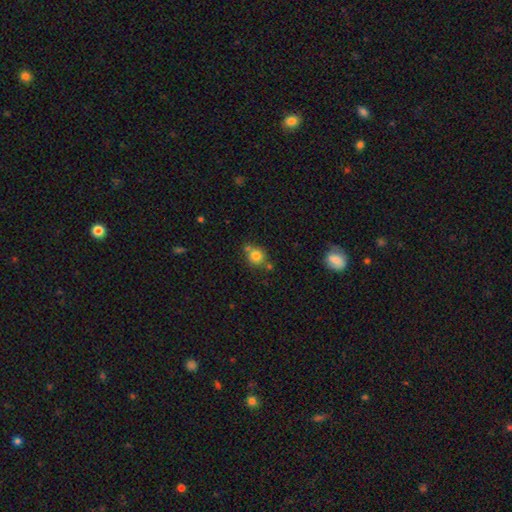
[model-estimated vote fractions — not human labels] A smooth galaxy with no disk features (79%) that is round (83%).

Vote fractions:
- Smooth or featured? smooth: 79% / star or artifact: 12% / featured or disk: 9%
- How rounded? round: 83% / in between: 16% / cigar-shaped: 1%
- Merging? none: 63% / merger: 20% / minor disturbance: 13% / major disturbance: 4%